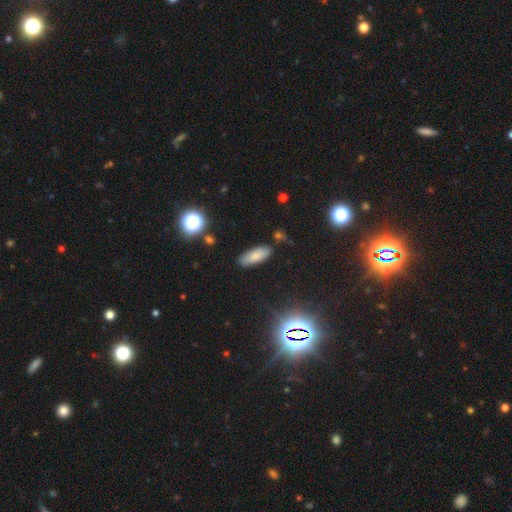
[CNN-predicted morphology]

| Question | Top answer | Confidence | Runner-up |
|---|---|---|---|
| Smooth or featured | smooth | 80% | star or artifact (10%) |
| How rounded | in between | 73% | cigar-shaped (25%) |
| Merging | none | 83% | minor disturbance (11%) |